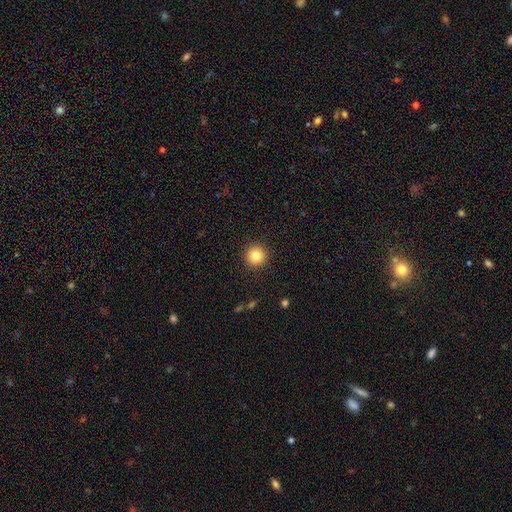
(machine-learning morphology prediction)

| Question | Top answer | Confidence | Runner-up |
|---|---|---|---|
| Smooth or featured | smooth | 82% | star or artifact (11%) |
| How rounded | round | 95% | in between (4%) |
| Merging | none | 92% | minor disturbance (5%) |